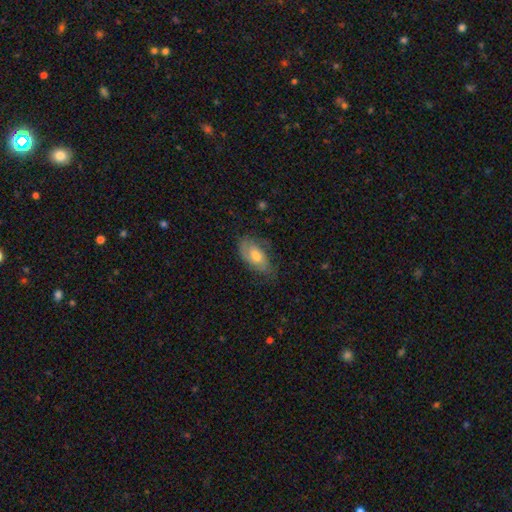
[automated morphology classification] The model was most divided on "smooth or featured": smooth: 58%, featured or disk: 35%, star or artifact: 7%. More confident: how rounded — in between (89%); merging — none (64%).